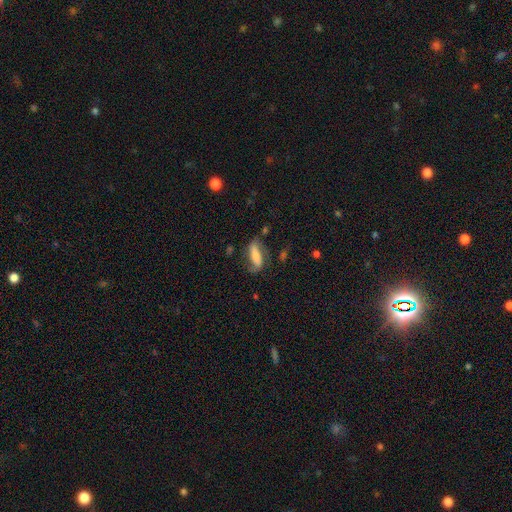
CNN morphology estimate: A featured or disk galaxy (50%). Merging: none (58%).